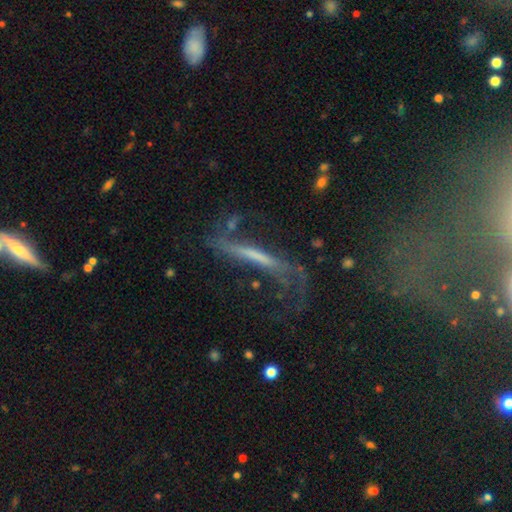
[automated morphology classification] Smooth or featured: featured or disk — 64% (smooth — 26%)
Edge-on disk: yes — 60% (no — 40%)
Merging: none — 41% (major disturbance — 30%)